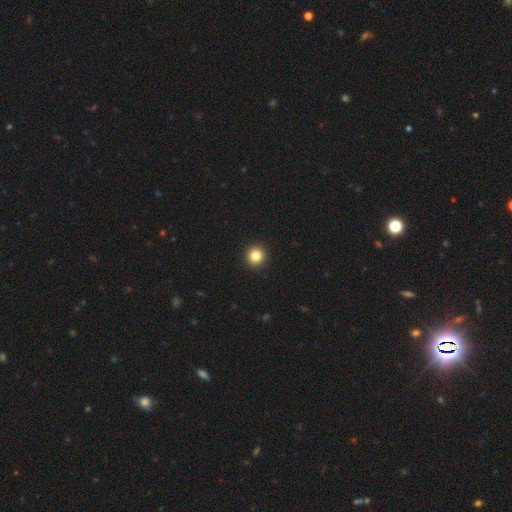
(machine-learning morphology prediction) This is clearly a smooth galaxy (83%). How rounded: clearly round (95%). Merging: clearly none (94%).